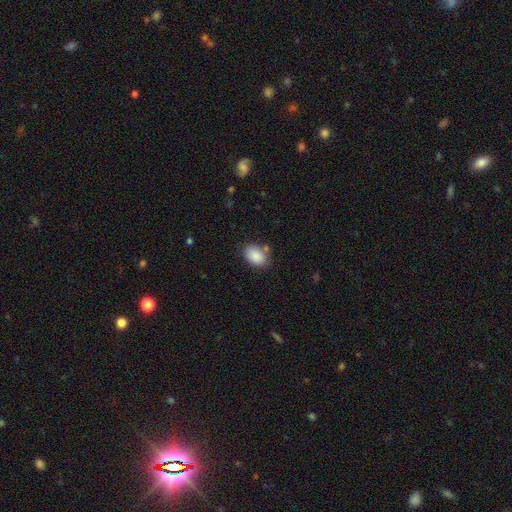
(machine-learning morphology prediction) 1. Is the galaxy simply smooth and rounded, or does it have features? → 88% smooth, 7% star or artifact, 4% featured or disk.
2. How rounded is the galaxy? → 80% in between, 19% round, 1% cigar-shaped.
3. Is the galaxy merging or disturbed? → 75% none, 16% minor disturbance, 5% merger, 4% major disturbance.